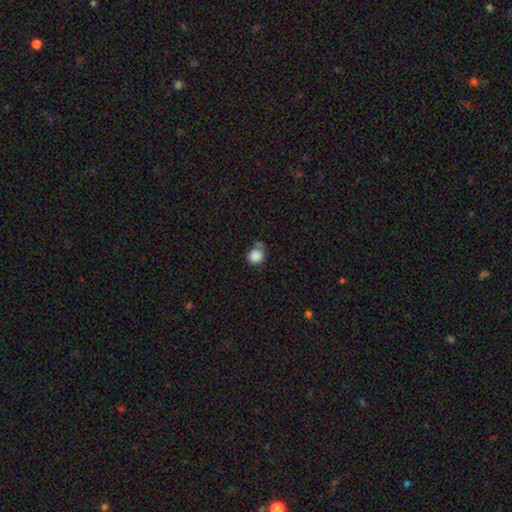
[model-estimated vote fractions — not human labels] Smooth or featured? Predicted: smooth (p=0.86). How rounded? Predicted: round (p=0.86). Merging? Predicted: none (p=0.57).